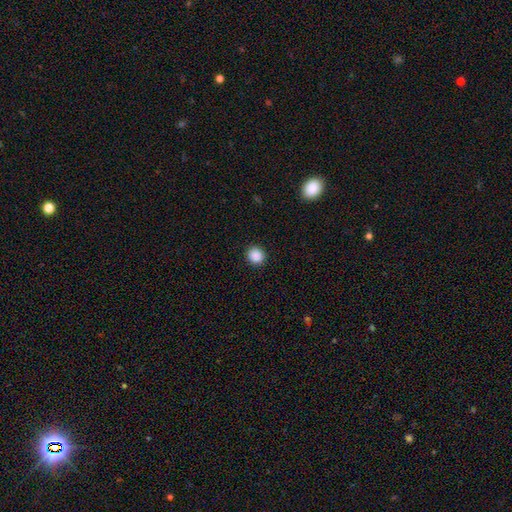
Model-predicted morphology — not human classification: The model was most divided on "how rounded": round: 88%, in between: 11%, cigar-shaped: 1%. More confident: merging — none (92%); smooth or featured — smooth (89%).